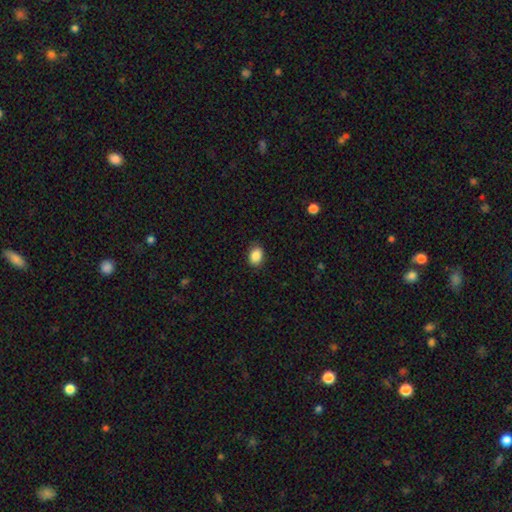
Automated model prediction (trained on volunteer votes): Morphology: type=smooth (88%); roundness=in between (75%); merging=none (87%).